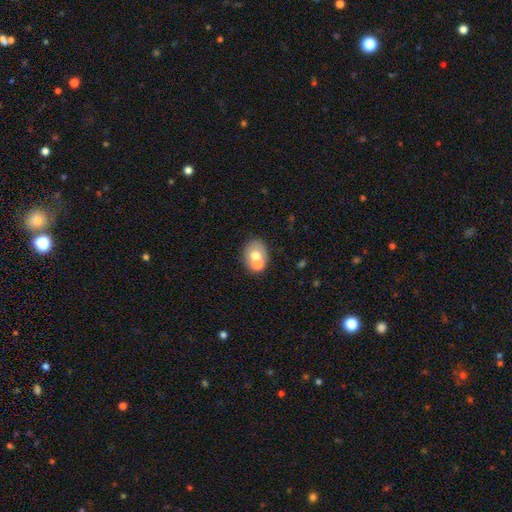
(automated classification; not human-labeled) Overall: smooth (65%; featured or disk 26%). How rounded: round (52%; in between 47%). Merging: merger (46%; none 40%).